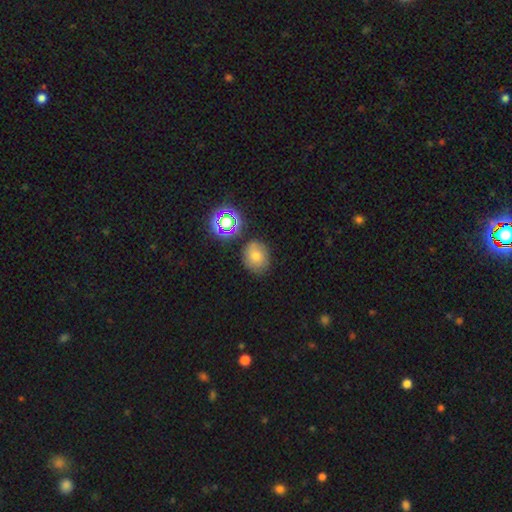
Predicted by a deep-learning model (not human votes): This is likely a smooth galaxy (65%). How rounded: likely round (66%). Merging: likely none (74%).